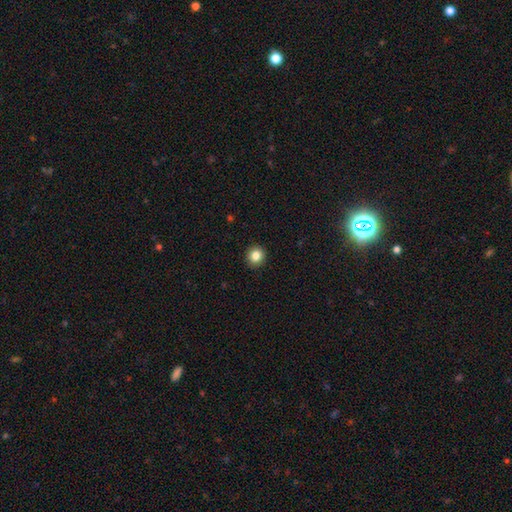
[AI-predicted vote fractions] The model was most divided on "smooth or featured": smooth: 84%, star or artifact: 10%, featured or disk: 6%. More confident: merging — none (93%); how rounded — round (91%).